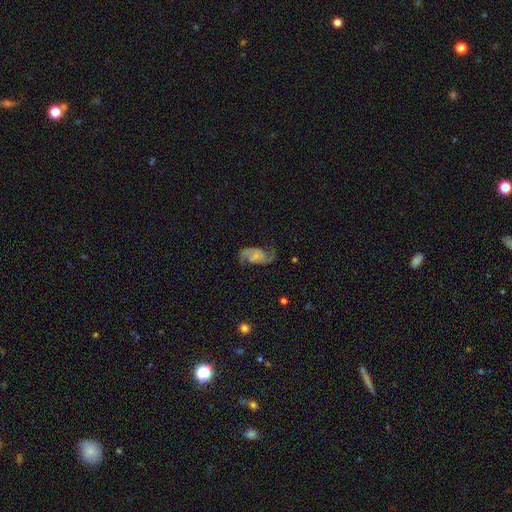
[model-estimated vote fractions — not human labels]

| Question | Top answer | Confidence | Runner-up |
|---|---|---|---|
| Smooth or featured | featured or disk | 81% | smooth (12%) |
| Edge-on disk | no | 97% | yes (3%) |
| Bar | no | 63% | weak (30%) |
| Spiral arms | yes | 94% | no (6%) |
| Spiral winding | loose | 51% | medium (38%) |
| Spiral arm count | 2 | 91% | can't tell (3%) |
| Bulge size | small | 57% | moderate (23%) |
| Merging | none | 63% | minor disturbance (20%) |